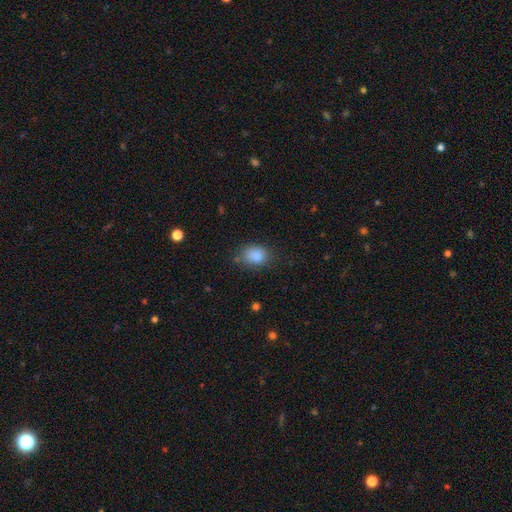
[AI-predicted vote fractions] Q: Smooth or featured?
A: smooth (85%); runner-up: star or artifact (9%)
Q: How rounded?
A: in between (64%); runner-up: round (35%)
Q: Merging?
A: none (73%); runner-up: minor disturbance (19%)